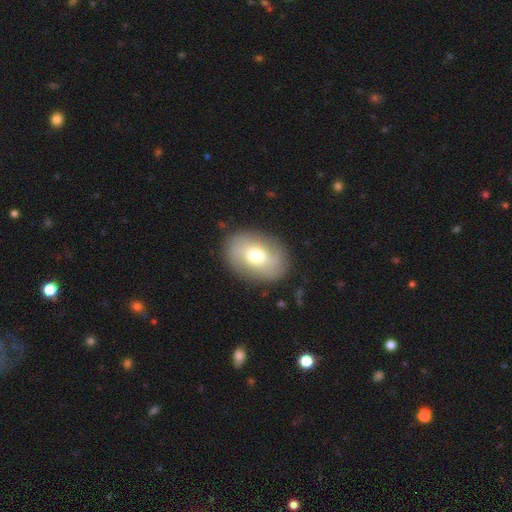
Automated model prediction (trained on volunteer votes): Smooth or featured? Predicted: smooth (p=0.53). How rounded? Predicted: in between (p=0.74). Merging? Predicted: none (p=0.84).